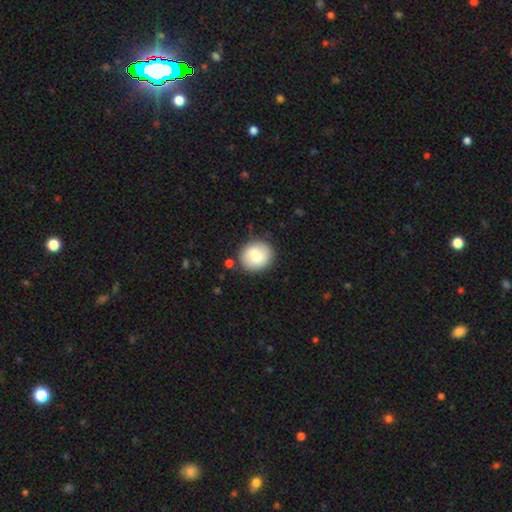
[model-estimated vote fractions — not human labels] The model was most divided on "how rounded": round: 77%, in between: 22%, cigar-shaped: 1%. More confident: merging — none (85%); smooth or featured — smooth (74%).